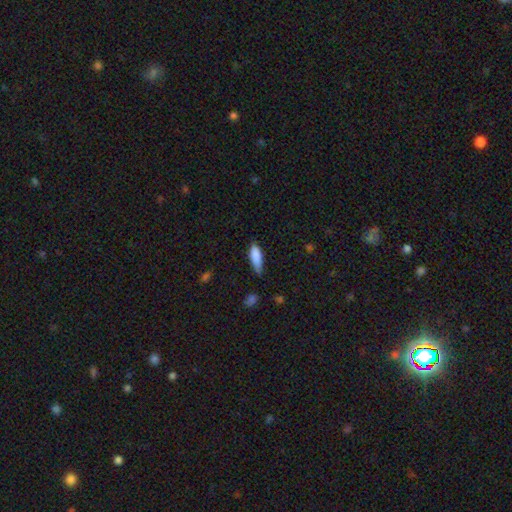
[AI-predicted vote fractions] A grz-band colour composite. It shows a smooth galaxy with no disk features (86%) that is in between round and cigar-shaped (58%). Merging: none (63%).